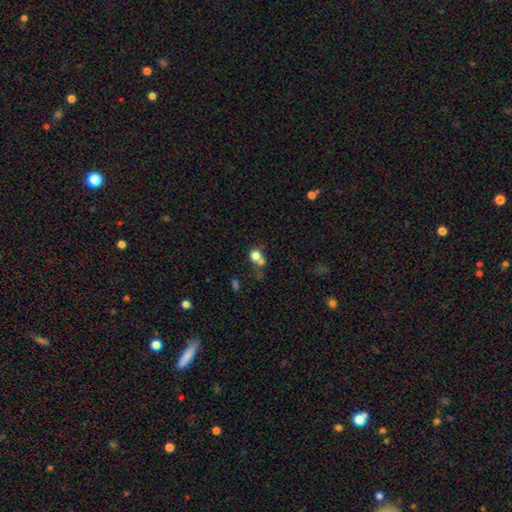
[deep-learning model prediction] Smooth or featured? Predicted: smooth (p=0.73). How rounded? Predicted: round (p=0.79). Merging? Predicted: merger (p=0.45).